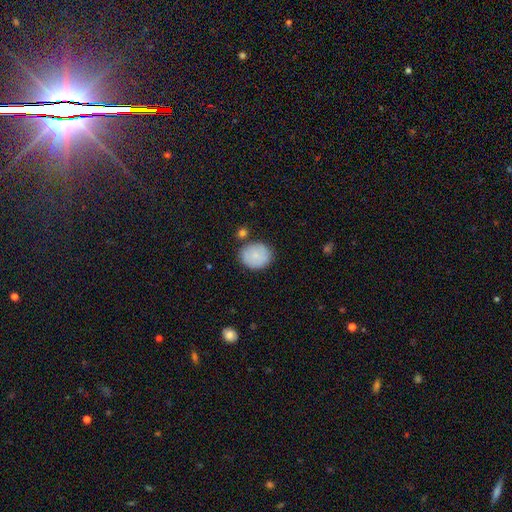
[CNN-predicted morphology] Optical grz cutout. It shows a smooth galaxy with no disk features (82%) that is round (79%). Merging: none (78%).